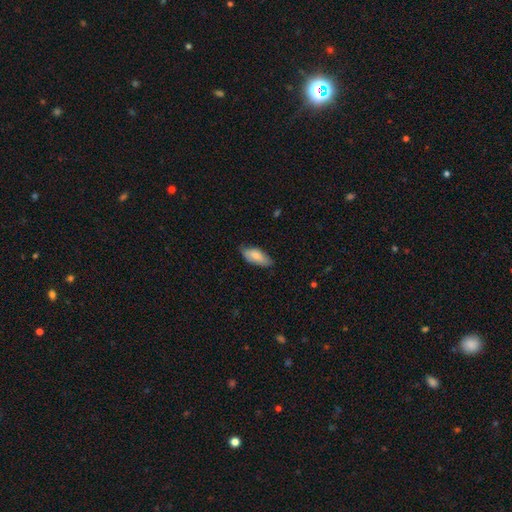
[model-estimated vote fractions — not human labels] Morphology: type=smooth (75%); roundness=in between (86%); merging=none (63%).